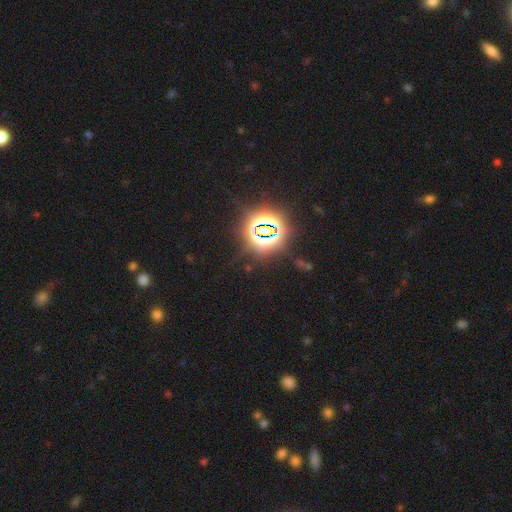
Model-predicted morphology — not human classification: smooth-or-featured: star or artifact: 82% | smooth: 12% | featured or disk: 6%